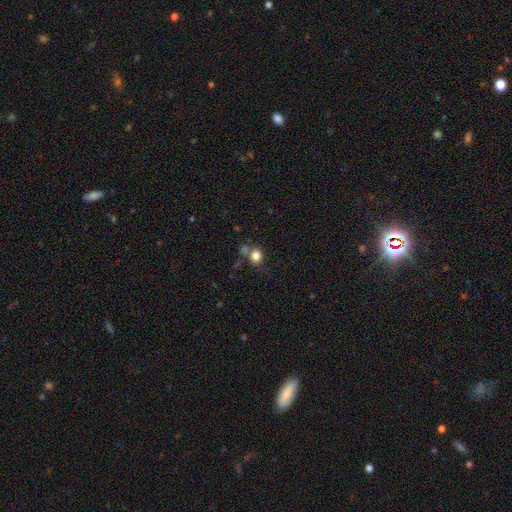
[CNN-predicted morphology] smooth-or-featured: smooth: 81% | star or artifact: 12% | featured or disk: 7%
  how-rounded: round: 77% | in between: 22% | cigar-shaped: 1%
  merging: none: 58% | merger: 21% | minor disturbance: 15% | major disturbance: 7%